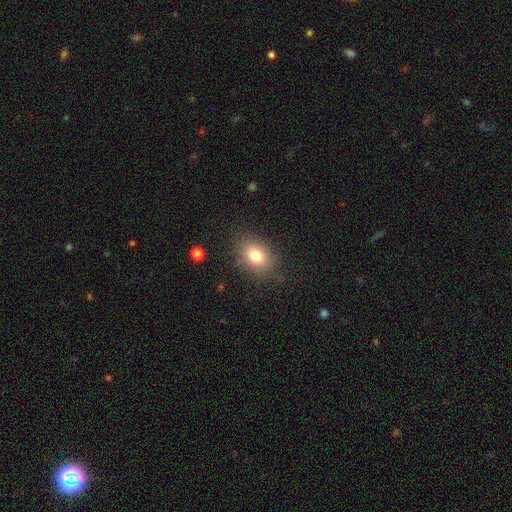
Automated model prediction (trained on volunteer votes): Morphology: type=smooth (79%); roundness=in between (74%); merging=none (82%).